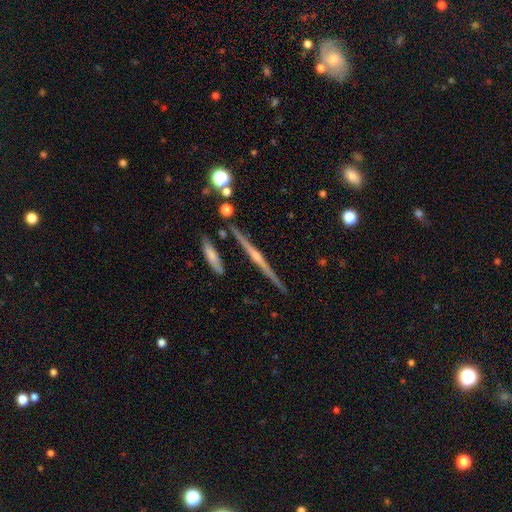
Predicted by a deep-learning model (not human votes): Smooth or featured?
  - featured or disk: 81% *
  - smooth: 11%
  - star or artifact: 7%
Edge-on disk?
  - yes: 98% *
  - no: 2%
Edge-on bulge?
  - rounded: 81% *
  - none: 13%
  - boxy: 7%
Merging?
  - none: 88% *
  - minor disturbance: 7%
  - merger: 3%
  - major disturbance: 2%